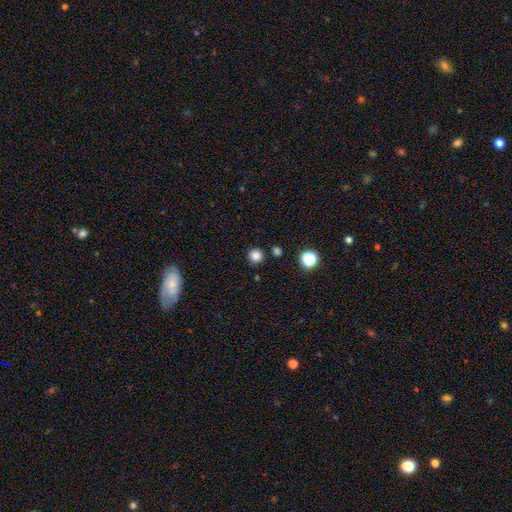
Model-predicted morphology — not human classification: Smooth or featured?
  - smooth: 83% *
  - star or artifact: 13%
  - featured or disk: 4%
How rounded?
  - round: 95% *
  - in between: 4%
  - cigar-shaped: 1%
Merging?
  - none: 87% *
  - minor disturbance: 6%
  - merger: 4%
  - major disturbance: 2%